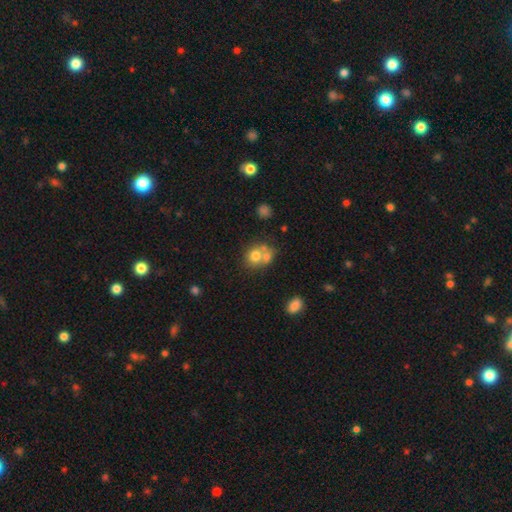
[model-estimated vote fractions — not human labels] The model was most divided on "merging": merger: 51%, none: 35%, minor disturbance: 9%, major disturbance: 5%. More confident: how rounded — round (71%); smooth or featured — smooth (70%).